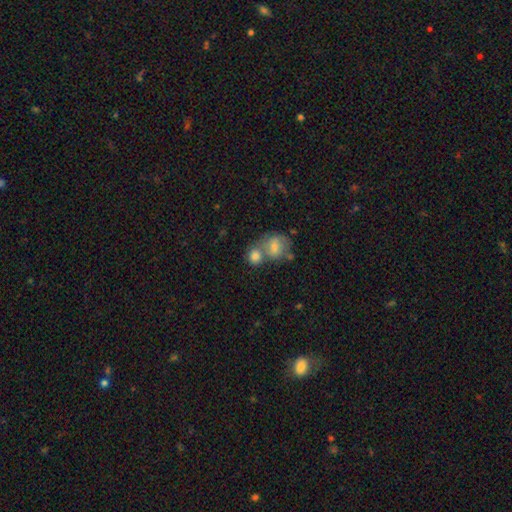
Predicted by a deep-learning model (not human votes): A smooth galaxy with no disk features (76%) that is round (70%). Merging: merger (54%).